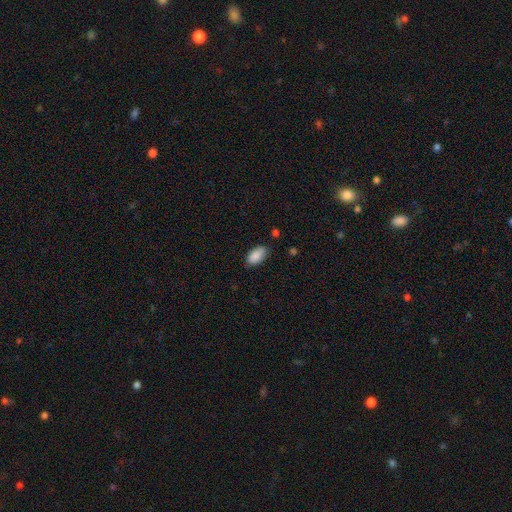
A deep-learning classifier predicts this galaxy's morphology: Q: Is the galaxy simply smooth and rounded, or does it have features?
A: smooth — 88%.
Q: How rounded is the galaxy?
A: in between — 94%.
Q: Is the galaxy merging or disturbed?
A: none — 79%.